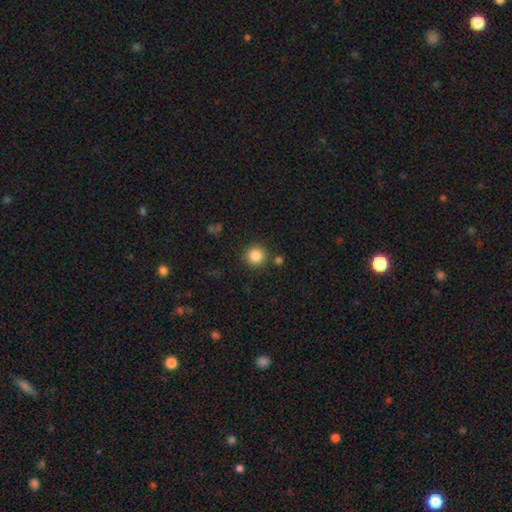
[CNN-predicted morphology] type=smooth (85%); roundness=round (94%); merging=none (86%).